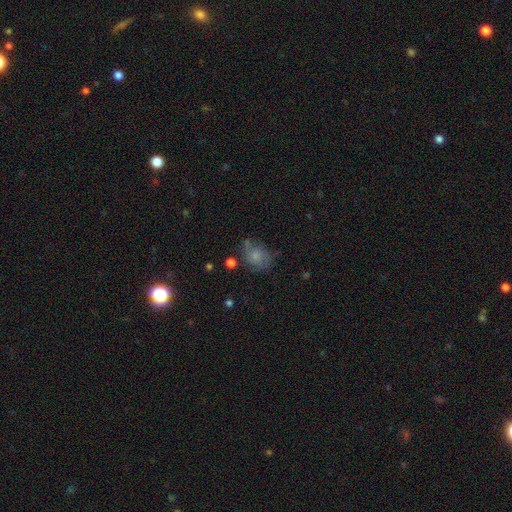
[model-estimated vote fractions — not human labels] This is likely a smooth galaxy (63%). How rounded: possibly in between (54%). Merging: possibly none (48%).